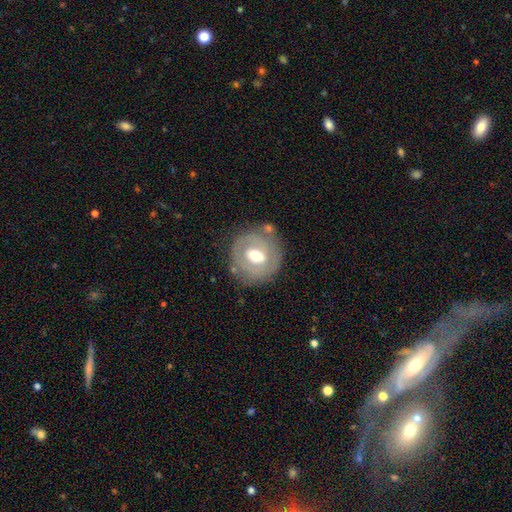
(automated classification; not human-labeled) Smooth or featured? featured or disk (55%)
Edge-on disk? no (94%)
Bar? weak (43%)
Spiral arms? no (72%)
Bulge size? moderate (73%)
Merging? none (71%)